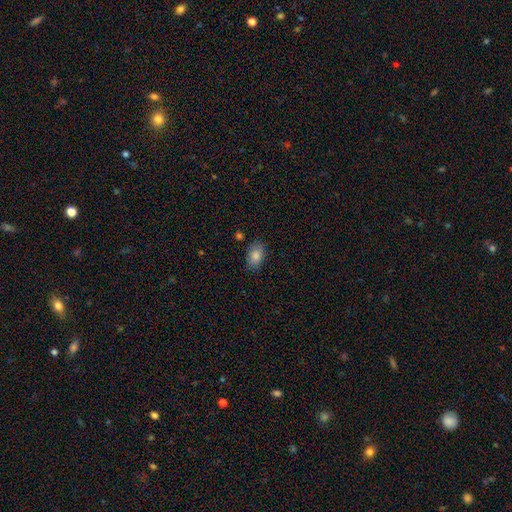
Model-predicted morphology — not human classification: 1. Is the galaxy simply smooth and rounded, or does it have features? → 84% smooth, 8% star or artifact, 8% featured or disk.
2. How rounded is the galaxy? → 87% in between, 11% round, 2% cigar-shaped.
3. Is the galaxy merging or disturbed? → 80% none, 15% minor disturbance, 3% major disturbance, 2% merger.